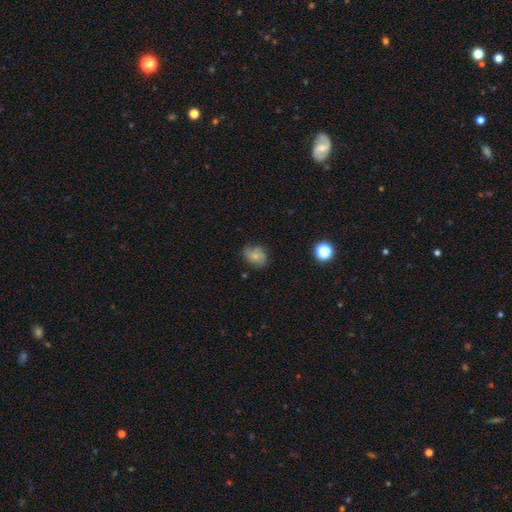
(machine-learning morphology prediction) smooth_or_featured: smooth (p=0.60) [alt: featured or disk p=0.29]
how_rounded: in between (p=0.58) [alt: round p=0.41]
merging: none (p=0.55) [alt: minor disturbance p=0.32]